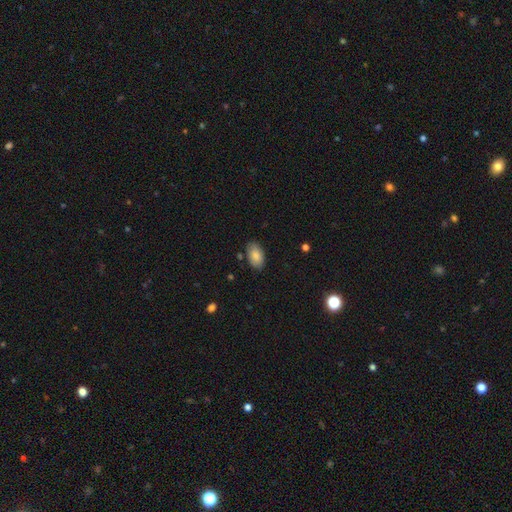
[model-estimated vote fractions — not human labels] A smooth galaxy with no disk features (84%) that is in between round and cigar-shaped (94%).

Vote fractions:
- Smooth or featured? smooth: 84% / featured or disk: 9% / star or artifact: 7%
- How rounded? in between: 94% / round: 4% / cigar-shaped: 2%
- Merging? none: 83% / minor disturbance: 13% / major disturbance: 2% / merger: 2%